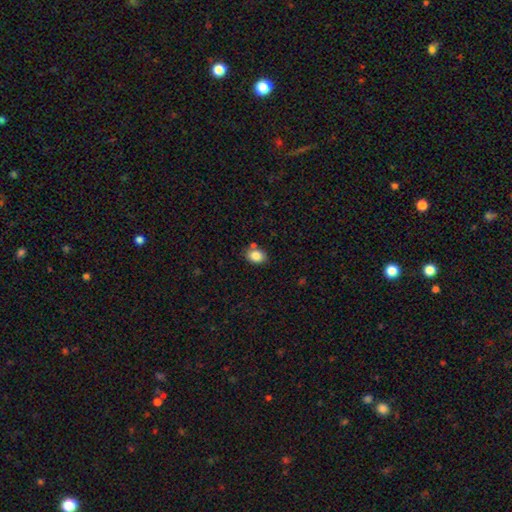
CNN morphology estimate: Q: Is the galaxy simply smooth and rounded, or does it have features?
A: smooth — 84%.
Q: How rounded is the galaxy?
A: in between — 66%.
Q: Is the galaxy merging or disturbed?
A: none — 72%.